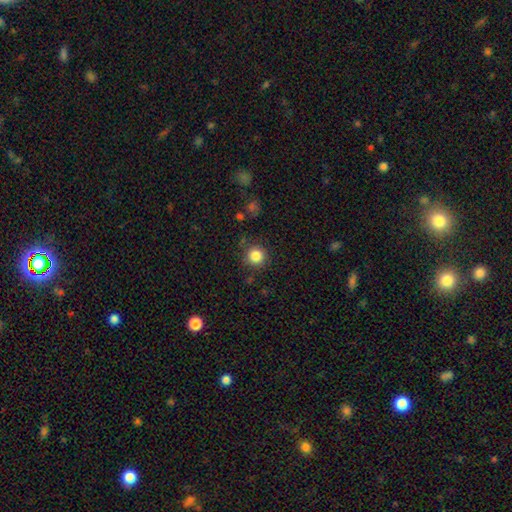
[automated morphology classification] This is clearly a smooth galaxy (84%). How rounded: clearly round (94%). Merging: clearly none (86%).